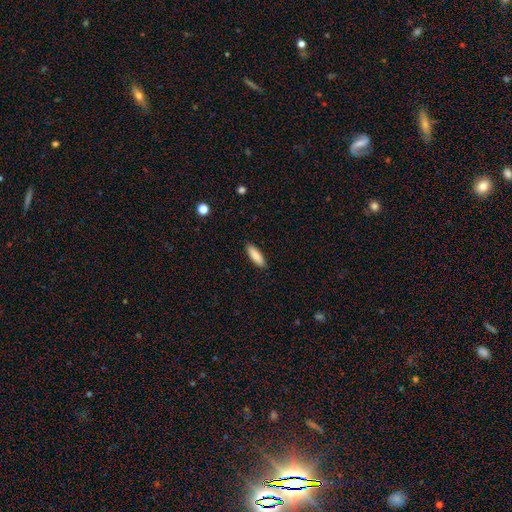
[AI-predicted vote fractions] smooth_or_featured: smooth (p=0.85) [alt: featured or disk p=0.08]
how_rounded: in between (p=0.50) [alt: cigar-shaped p=0.49]
merging: none (p=0.90) [alt: minor disturbance p=0.08]